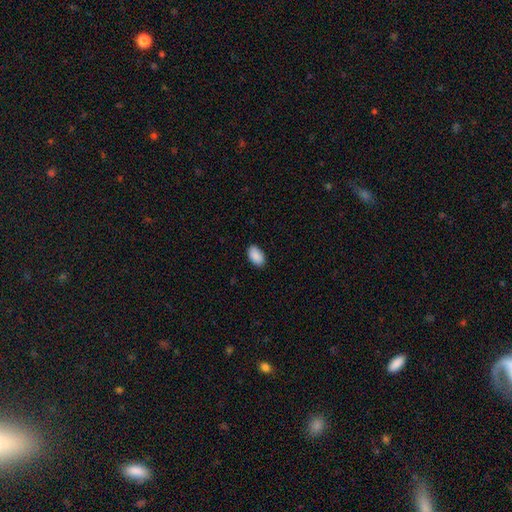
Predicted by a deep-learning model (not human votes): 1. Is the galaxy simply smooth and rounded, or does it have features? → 91% smooth, 7% star or artifact, 3% featured or disk.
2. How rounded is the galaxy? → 93% in between, 5% round, 1% cigar-shaped.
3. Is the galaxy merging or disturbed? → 87% none, 10% minor disturbance, 2% major disturbance, 1% merger.